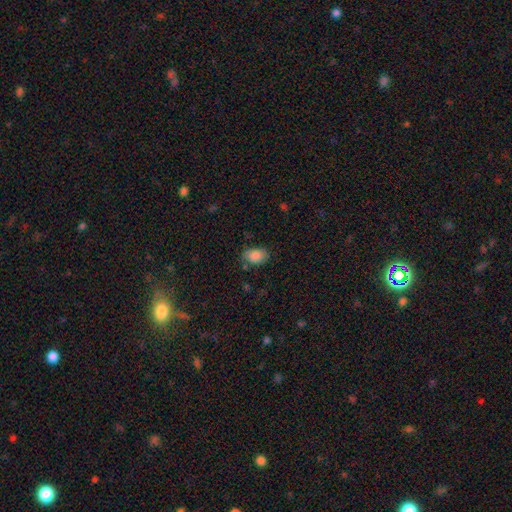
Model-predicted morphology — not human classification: Smooth or featured?
  - smooth: 86% *
  - star or artifact: 8%
  - featured or disk: 6%
How rounded?
  - in between: 80% *
  - round: 19%
  - cigar-shaped: 1%
Merging?
  - none: 72% *
  - minor disturbance: 20%
  - major disturbance: 5%
  - merger: 3%